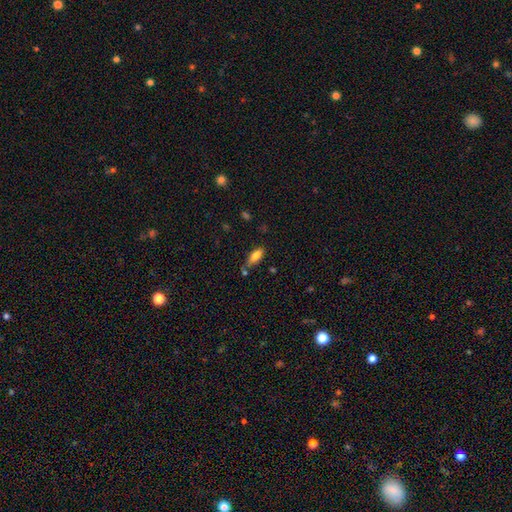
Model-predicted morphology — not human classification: Overall: smooth (79%). How rounded: in between (80%). Merging: none (61%; minor disturbance 23%).